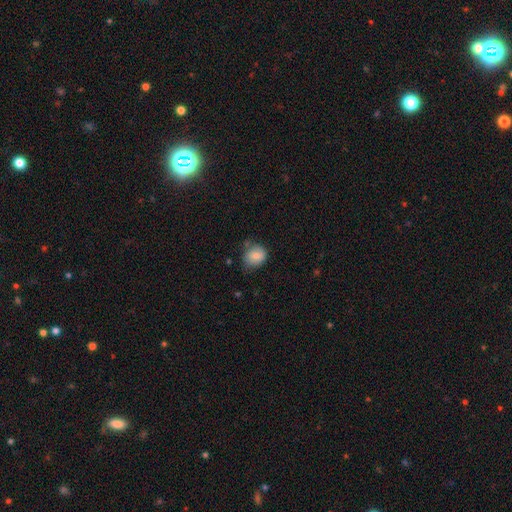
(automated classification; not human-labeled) A smooth galaxy with no disk features (79%) that is round (63%).

Vote fractions:
- Smooth or featured? smooth: 79% / featured or disk: 12% / star or artifact: 8%
- How rounded? round: 63% / in between: 36% / cigar-shaped: 1%
- Merging? none: 60% / minor disturbance: 29% / major disturbance: 7% / merger: 4%